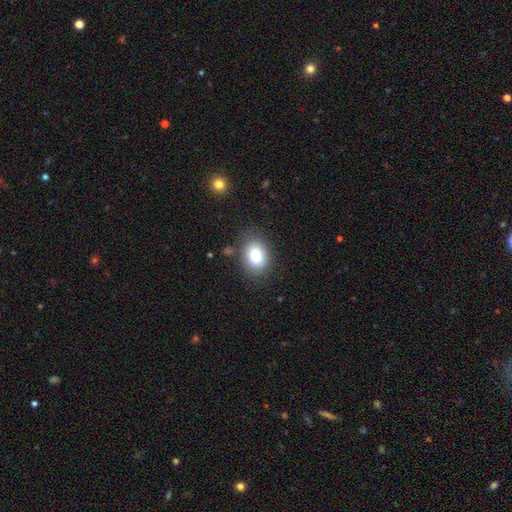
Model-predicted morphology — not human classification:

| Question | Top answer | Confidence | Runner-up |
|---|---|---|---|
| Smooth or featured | smooth | 85% | star or artifact (8%) |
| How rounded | in between | 78% | round (21%) |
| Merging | none | 79% | minor disturbance (14%) |